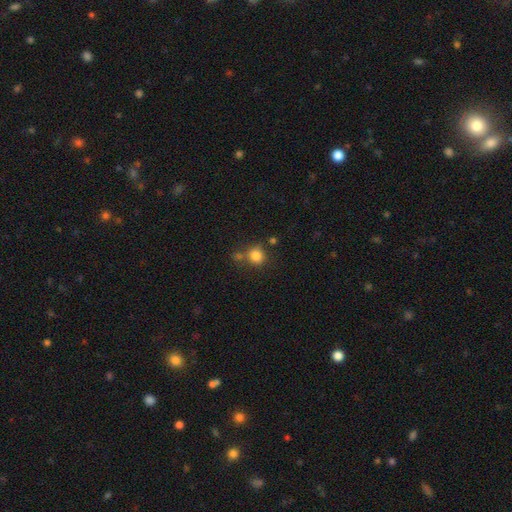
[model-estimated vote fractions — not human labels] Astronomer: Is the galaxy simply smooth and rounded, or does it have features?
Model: smooth — 83%.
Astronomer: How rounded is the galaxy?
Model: round — 87%.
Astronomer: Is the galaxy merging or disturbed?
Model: none — 65%.